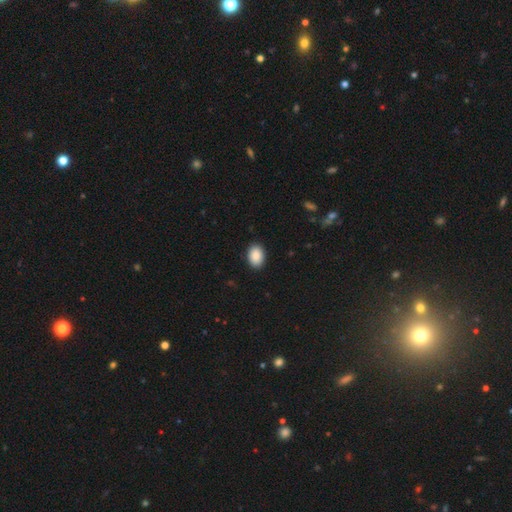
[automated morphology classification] Q: Smooth or featured?
A: smooth (90%); runner-up: star or artifact (7%)
Q: How rounded?
A: in between (82%); runner-up: round (17%)
Q: Merging?
A: none (90%); runner-up: minor disturbance (8%)